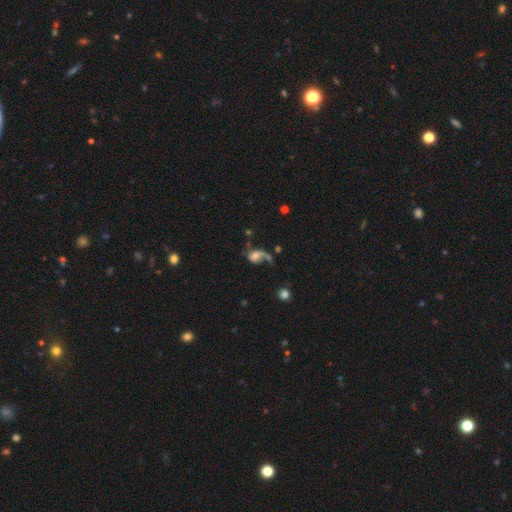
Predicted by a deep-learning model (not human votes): This appears to be a featured or disk galaxy (58%) with no bar (63%), spiral arms (81%) and a moderate central bulge (41%). Merging: major disturbance (39%).